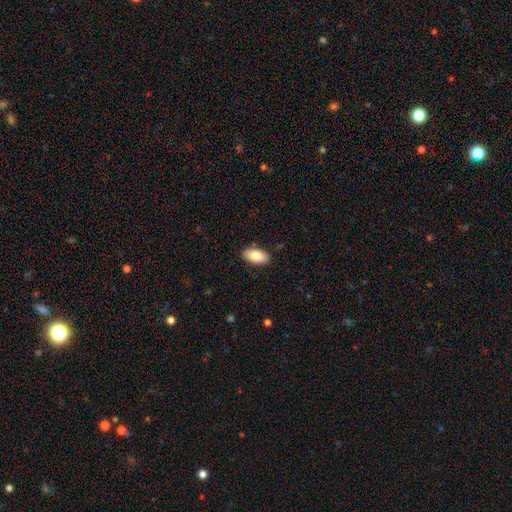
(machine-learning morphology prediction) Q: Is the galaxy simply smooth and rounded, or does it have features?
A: smooth — 83%.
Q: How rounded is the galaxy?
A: in between — 94%.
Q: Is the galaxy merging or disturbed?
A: none — 88%.